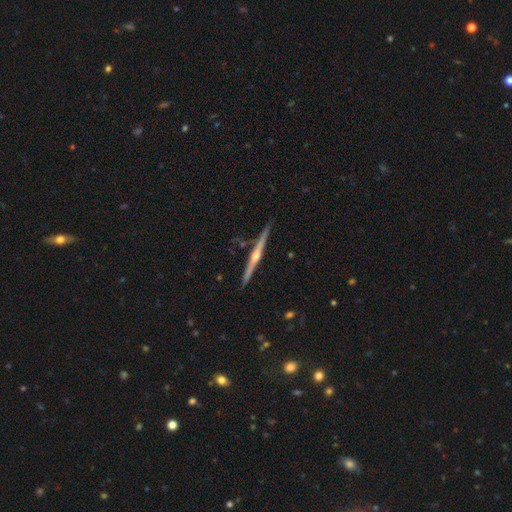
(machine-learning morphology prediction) Smooth or featured? Predicted: featured or disk (p=0.83). Edge-on disk? Predicted: yes (p=0.99). Edge-on bulge? Predicted: rounded (p=0.88). Merging? Predicted: none (p=0.90).